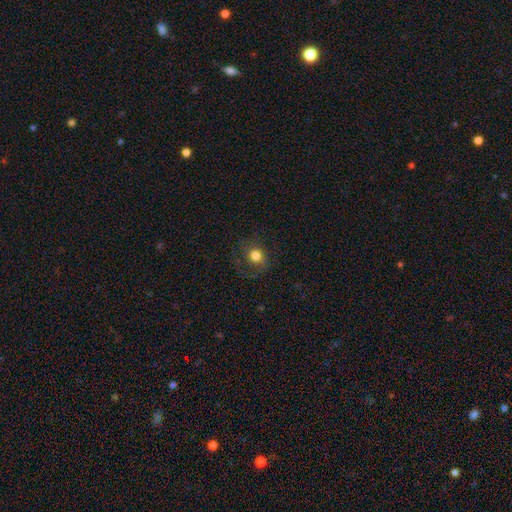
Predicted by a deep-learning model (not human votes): Morphology: type=smooth (75%); roundness=round (77%); merging=none (73%).